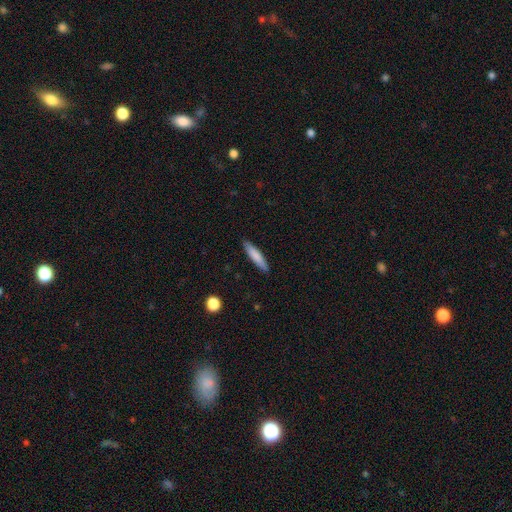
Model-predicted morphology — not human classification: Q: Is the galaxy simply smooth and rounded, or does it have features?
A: smooth — 78%.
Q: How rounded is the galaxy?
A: cigar-shaped — 86%.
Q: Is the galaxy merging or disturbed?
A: none — 88%.